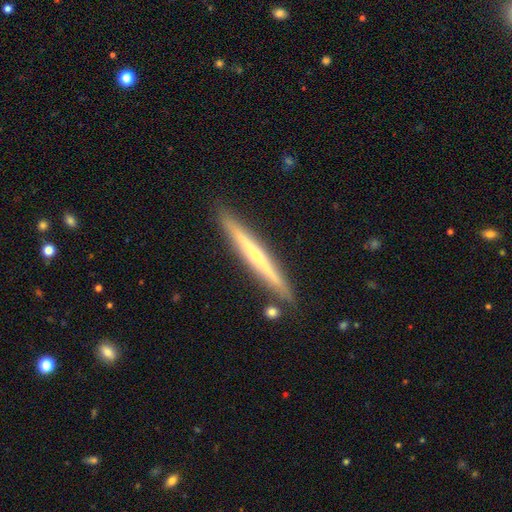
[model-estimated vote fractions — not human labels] Smooth or featured: featured or disk — 72% (smooth — 23%)
Edge-on disk: yes — 97% (no — 3%)
Edge-on bulge: rounded — 73% (none — 24%)
Merging: none — 89% (minor disturbance — 7%)